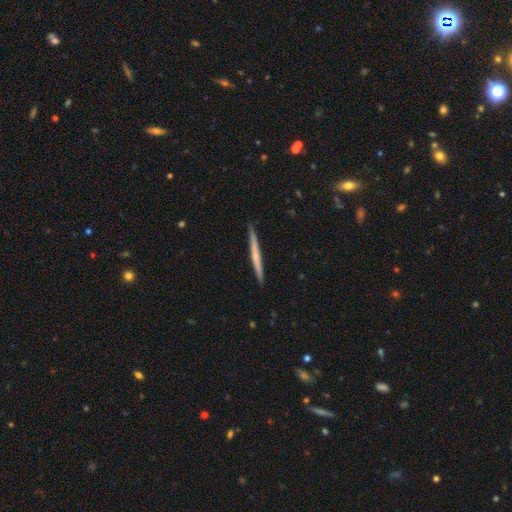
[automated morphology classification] Smooth or featured?
  - featured or disk: 48% *
  - smooth: 46%
  - star or artifact: 5%
Merging?
  - none: 92% *
  - minor disturbance: 6%
  - major disturbance: 1%
  - merger: 1%